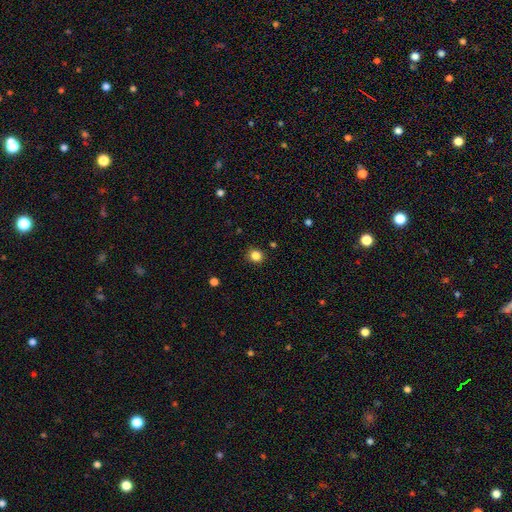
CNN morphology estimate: Smooth or featured: smooth — 84% (star or artifact — 12%)
How rounded: round — 80% (in between — 19%)
Merging: none — 89% (minor disturbance — 7%)